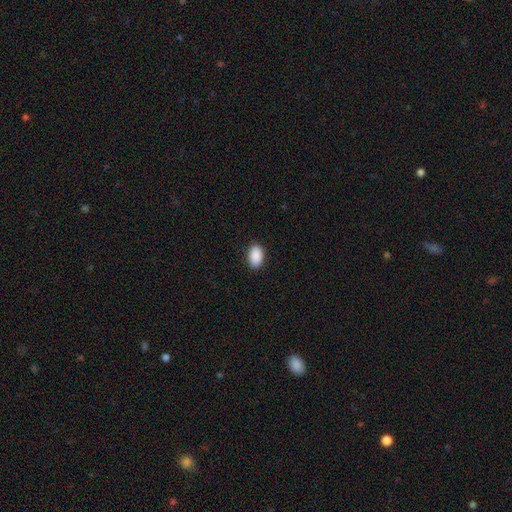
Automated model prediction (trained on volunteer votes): Q: Smooth or featured?
A: smooth (91%); runner-up: star or artifact (7%)
Q: How rounded?
A: in between (91%); runner-up: round (8%)
Q: Merging?
A: none (89%); runner-up: minor disturbance (8%)